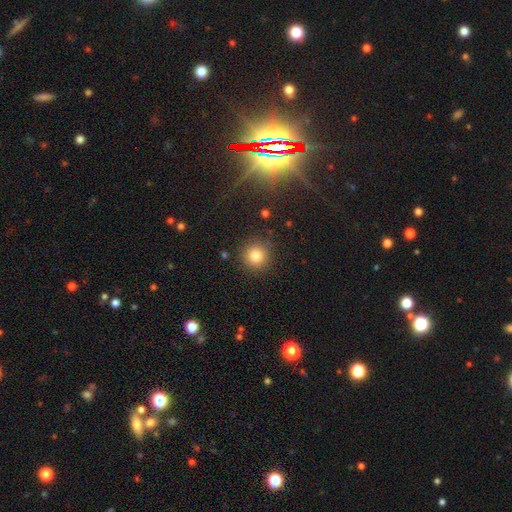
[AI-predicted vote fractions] The model was most divided on "smooth or featured": smooth: 82%, star or artifact: 12%, featured or disk: 6%. More confident: how rounded — round (94%); merging — none (88%).